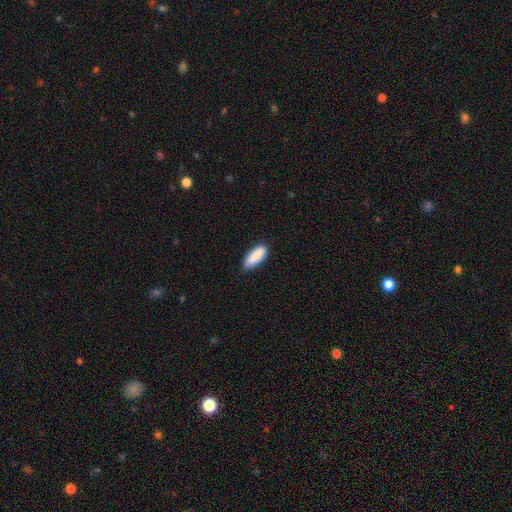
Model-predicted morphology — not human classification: A smooth galaxy with no disk features (87%) that is in between round and cigar-shaped (69%). Merging: none (80%).